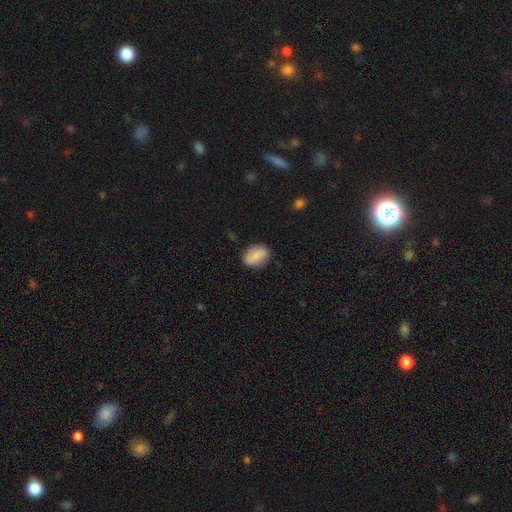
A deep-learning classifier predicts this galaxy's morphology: Overall: smooth (82%). How rounded: in between (76%). Merging: none (84%).